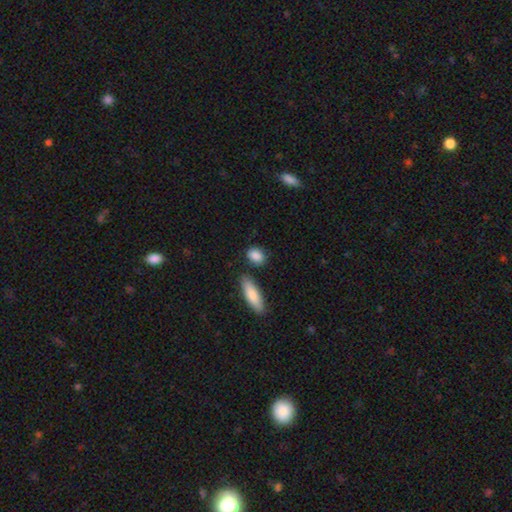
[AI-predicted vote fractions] Q: Smooth or featured?
A: smooth (88%); runner-up: star or artifact (7%)
Q: How rounded?
A: in between (60%); runner-up: round (34%)
Q: Merging?
A: none (76%); runner-up: minor disturbance (14%)